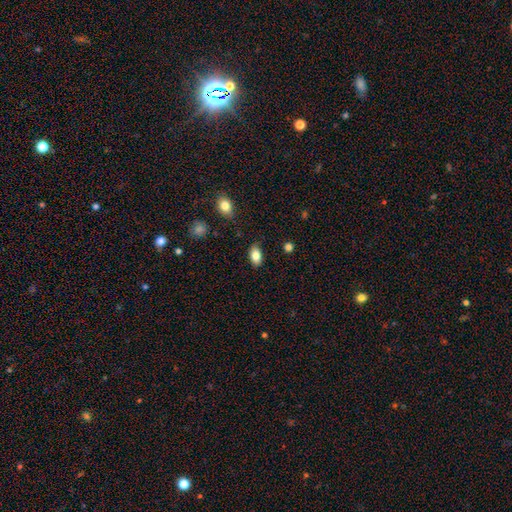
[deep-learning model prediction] Smooth or featured? Predicted: smooth (p=0.83). How rounded? Predicted: in between (p=0.91). Merging? Predicted: none (p=0.84).